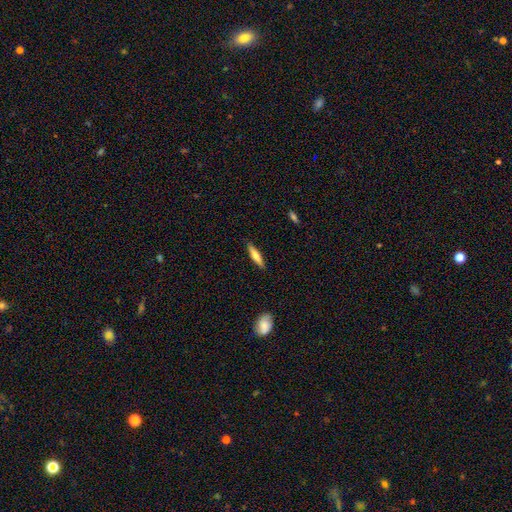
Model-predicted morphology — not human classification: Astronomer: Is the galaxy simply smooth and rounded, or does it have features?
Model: smooth — 63%.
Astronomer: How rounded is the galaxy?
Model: cigar-shaped — 81%.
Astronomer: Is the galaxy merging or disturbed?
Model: none — 88%.